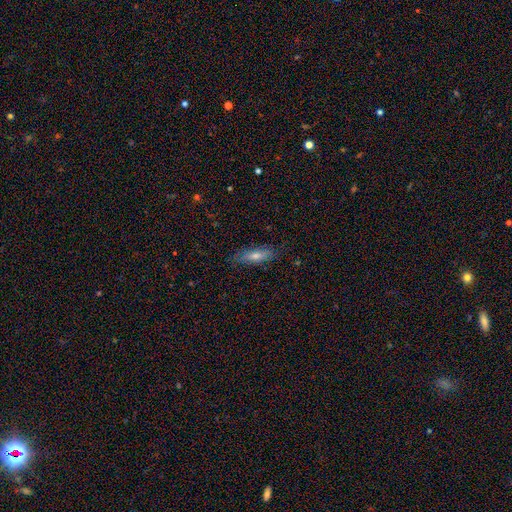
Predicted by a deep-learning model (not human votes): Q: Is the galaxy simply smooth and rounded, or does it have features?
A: smooth — 52%.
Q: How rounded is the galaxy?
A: cigar-shaped — 60%.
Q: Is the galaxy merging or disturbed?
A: none — 83%.